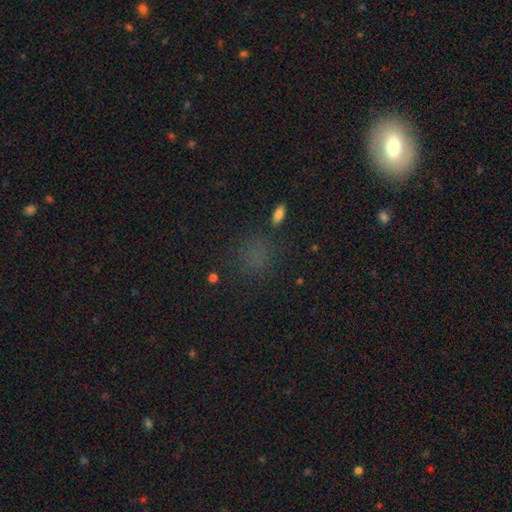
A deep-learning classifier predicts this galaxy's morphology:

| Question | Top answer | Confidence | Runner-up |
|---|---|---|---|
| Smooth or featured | smooth | 58% | star or artifact (34%) |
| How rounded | round | 72% | in between (25%) |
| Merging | none | 73% | minor disturbance (15%) |